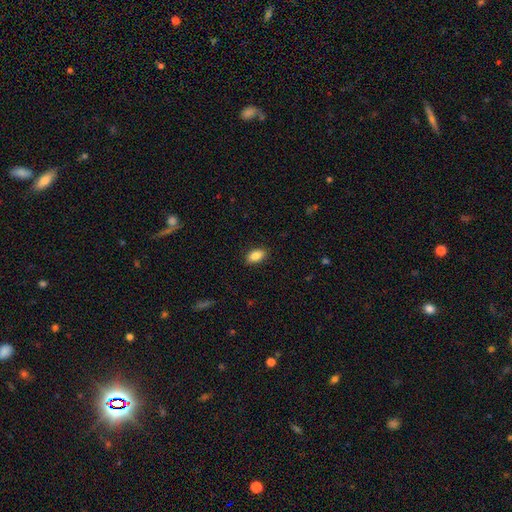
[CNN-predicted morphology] smooth 88%, star or artifact 7%, featured or disk 5%. Down the decision tree: how rounded — in between (92%); merging — none (88%).